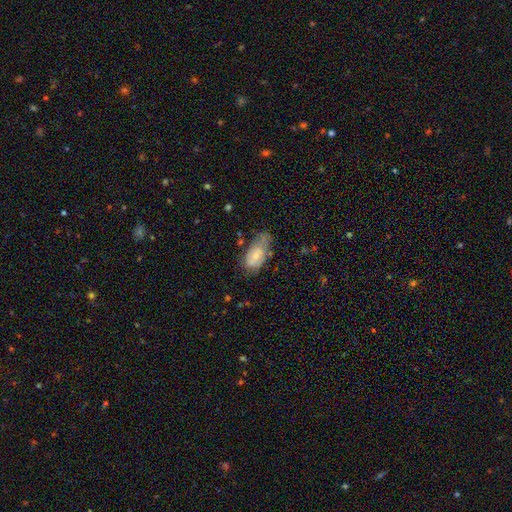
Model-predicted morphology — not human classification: This is possibly a smooth galaxy (56%). How rounded: clearly in between (91%). Merging: marginally none (40%).